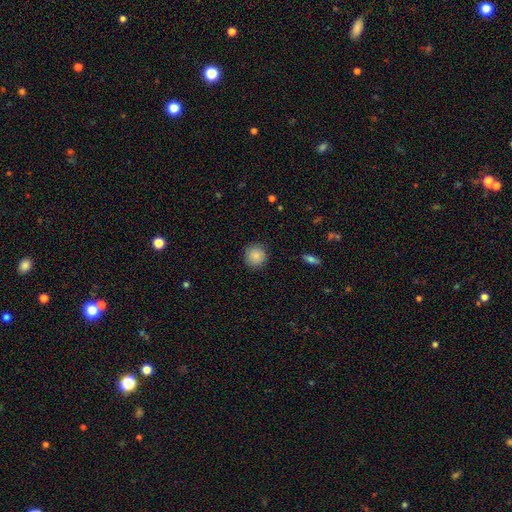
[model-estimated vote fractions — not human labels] Overall: smooth (85%). How rounded: round (93%). Merging: none (88%).